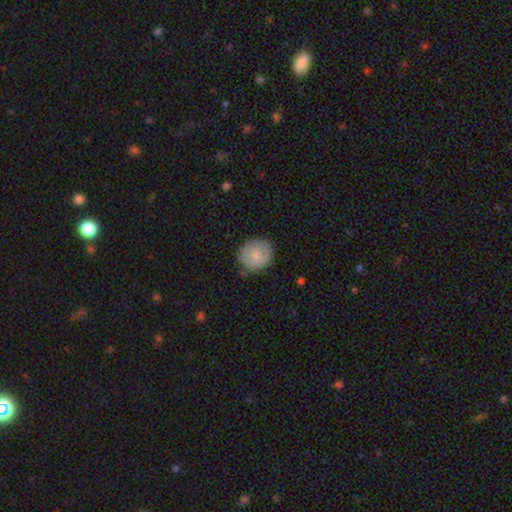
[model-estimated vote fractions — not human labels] A smooth galaxy with no disk features (61%) that is round (82%). Merging: none (80%).